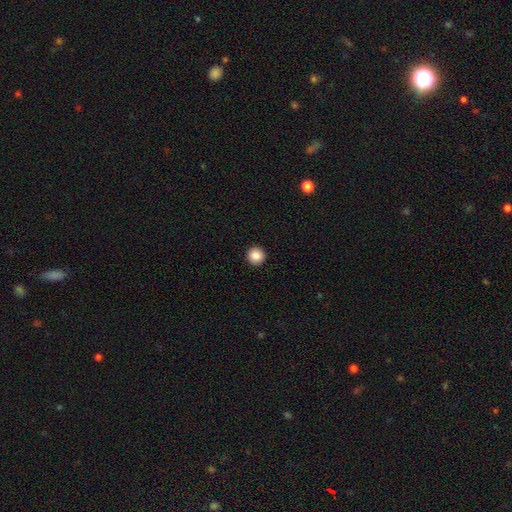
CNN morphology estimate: smooth-or-featured: smooth: 87% | star or artifact: 9% | featured or disk: 4%
  how-rounded: round: 96% | in between: 3% | cigar-shaped: 1%
  merging: none: 94% | minor disturbance: 4% | major disturbance: 1% | merger: 1%